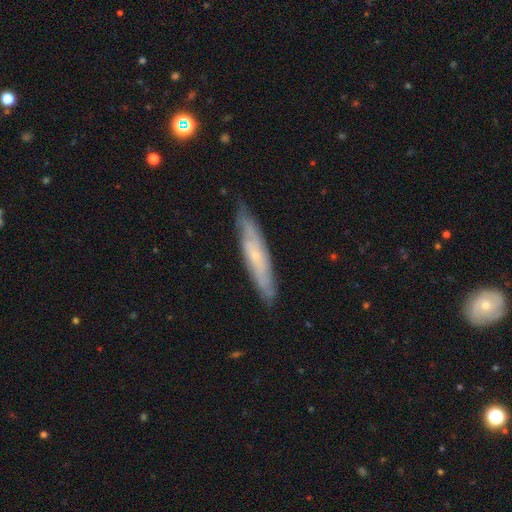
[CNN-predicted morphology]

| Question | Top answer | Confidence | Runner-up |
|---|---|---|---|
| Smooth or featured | featured or disk | 59% | smooth (34%) |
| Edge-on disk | yes | 60% | no (40%) |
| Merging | none | 80% | minor disturbance (16%) |